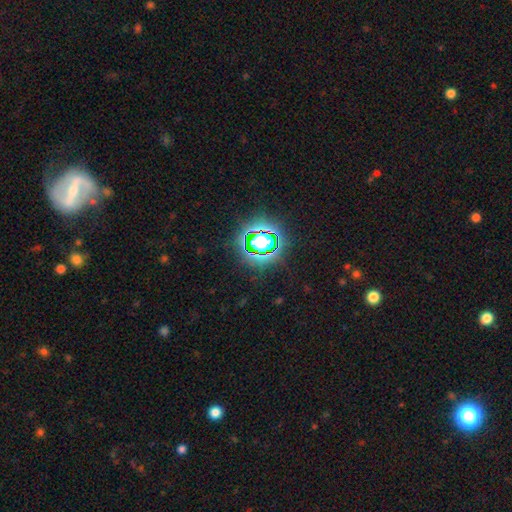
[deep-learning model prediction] Smooth or featured?
  - star or artifact: 74% *
  - smooth: 14%
  - featured or disk: 13%